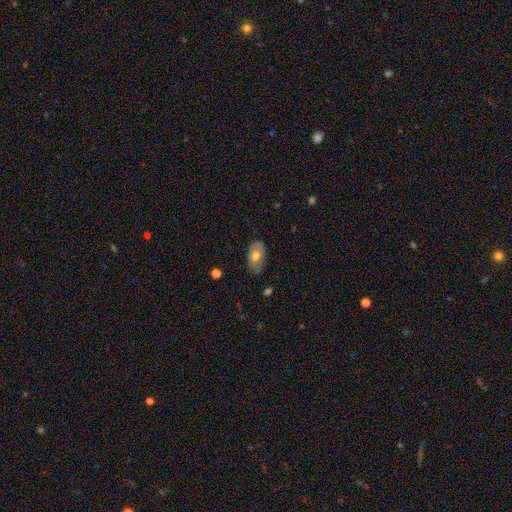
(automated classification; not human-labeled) This is likely a smooth galaxy (63%). How rounded: clearly in between (93%). Merging: likely none (79%).